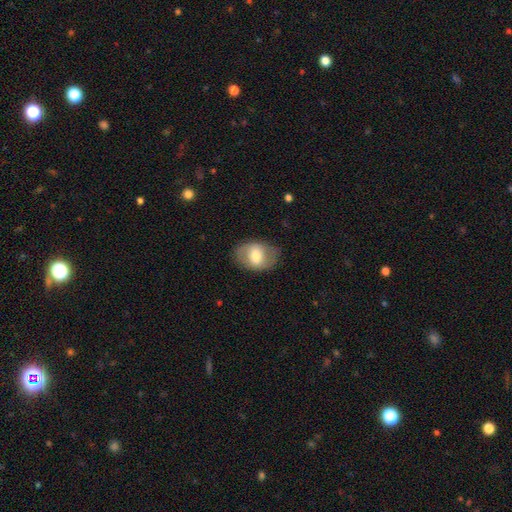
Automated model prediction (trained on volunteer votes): Overall: smooth (58%; featured or disk 35%). How rounded: in between (74%). Merging: none (77%).